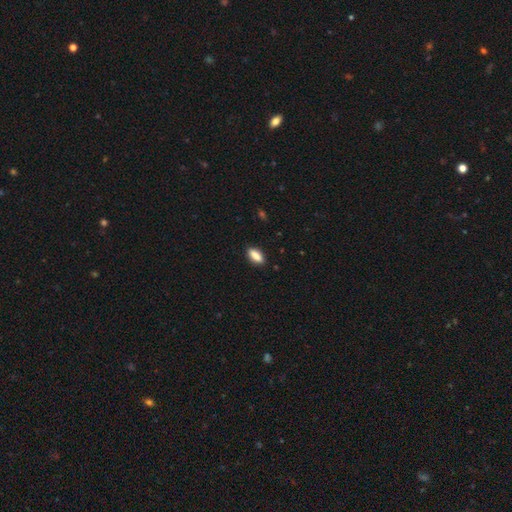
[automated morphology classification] This is clearly a smooth galaxy (87%). How rounded: likely in between (79%). Merging: clearly none (88%).